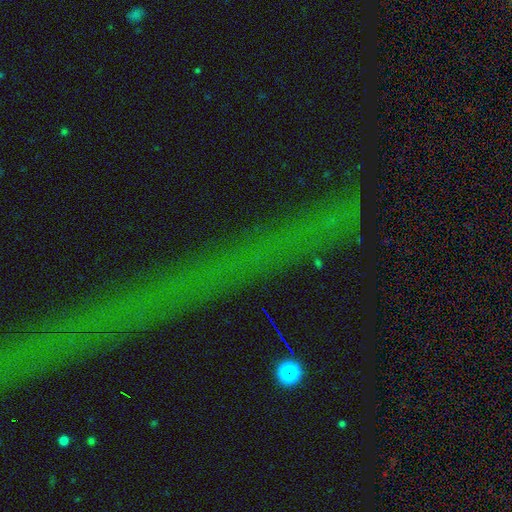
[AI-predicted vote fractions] Smooth or featured: star or artifact — 68% (featured or disk — 17%)